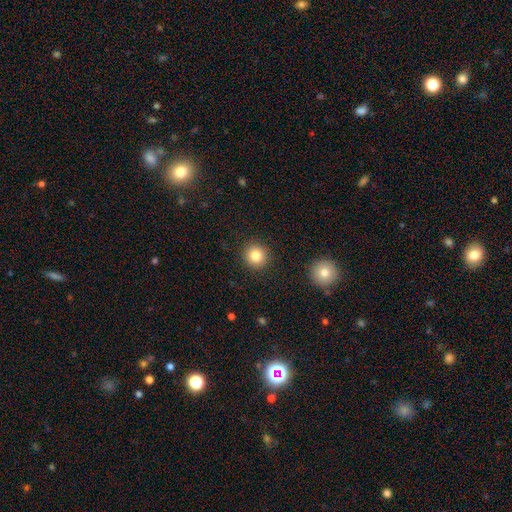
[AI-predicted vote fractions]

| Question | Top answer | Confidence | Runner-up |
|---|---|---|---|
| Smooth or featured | smooth | 82% | star or artifact (11%) |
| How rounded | round | 93% | in between (6%) |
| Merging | none | 91% | minor disturbance (5%) |